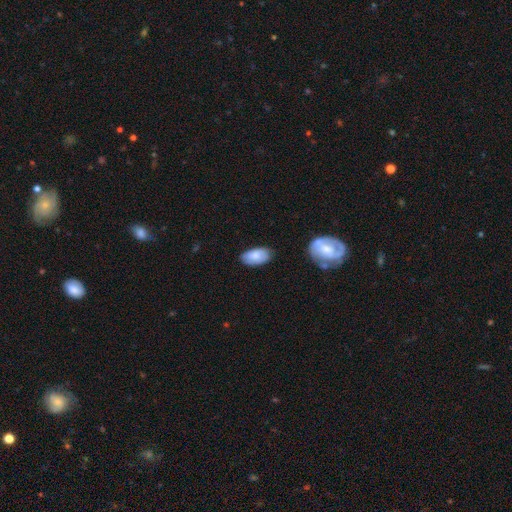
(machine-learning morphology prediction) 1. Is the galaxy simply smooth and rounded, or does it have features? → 73% smooth, 20% featured or disk, 6% star or artifact.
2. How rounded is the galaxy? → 94% in between, 3% round, 2% cigar-shaped.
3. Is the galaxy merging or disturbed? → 77% none, 18% minor disturbance, 3% major disturbance, 2% merger.